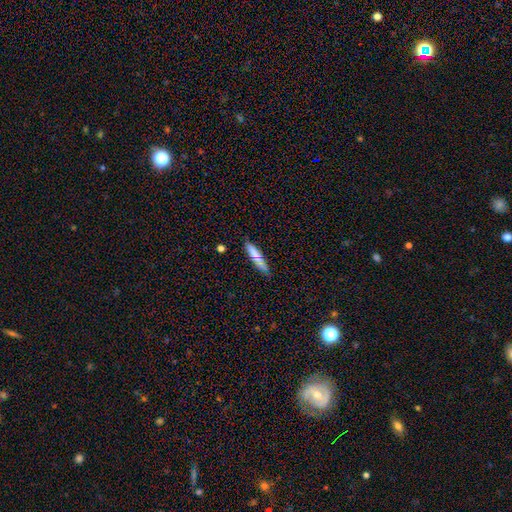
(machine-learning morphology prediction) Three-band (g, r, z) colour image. It shows a smooth galaxy with no disk features (76%) that is cigar-shaped (84%). Merging: none (76%).